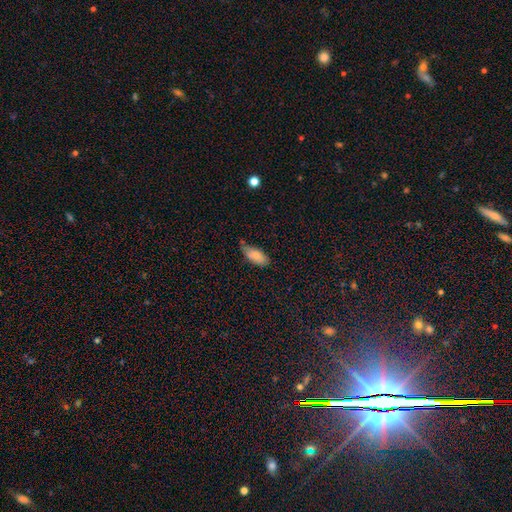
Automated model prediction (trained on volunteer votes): Q: Smooth or featured?
A: smooth (82%); runner-up: featured or disk (10%)
Q: How rounded?
A: in between (86%); runner-up: cigar-shaped (12%)
Q: Merging?
A: none (49%); runner-up: minor disturbance (39%)